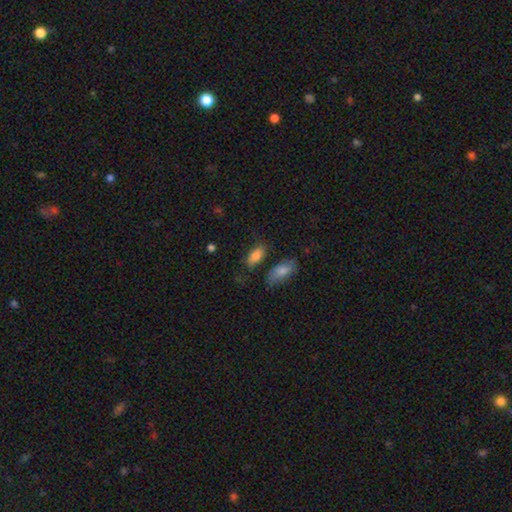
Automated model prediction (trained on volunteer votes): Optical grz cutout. It shows a smooth galaxy with no disk features (85%) that is in between round and cigar-shaped (90%). Merging: none (68%).